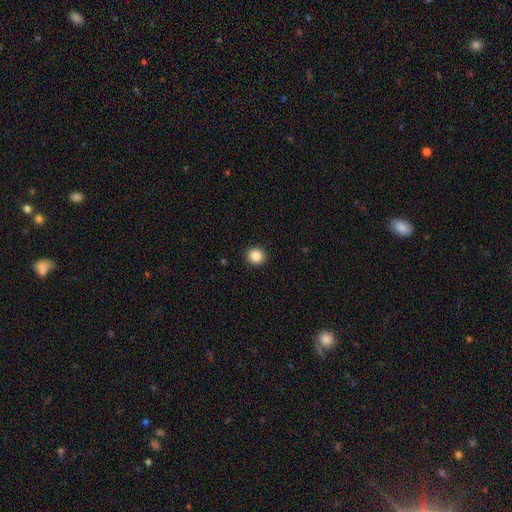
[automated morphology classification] Smooth or featured?
  - smooth: 87% *
  - star or artifact: 10%
  - featured or disk: 3%
How rounded?
  - round: 90% *
  - in between: 9%
  - cigar-shaped: 1%
Merging?
  - none: 93% *
  - minor disturbance: 5%
  - major disturbance: 2%
  - merger: 1%